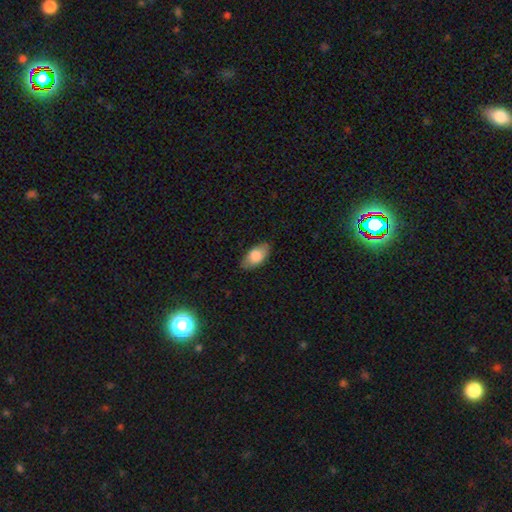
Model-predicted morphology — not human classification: smooth-or-featured: smooth: 80% | featured or disk: 14% | star or artifact: 6%
  how-rounded: in between: 92% | cigar-shaped: 4% | round: 4%
  merging: none: 80% | minor disturbance: 16% | major disturbance: 3% | merger: 1%